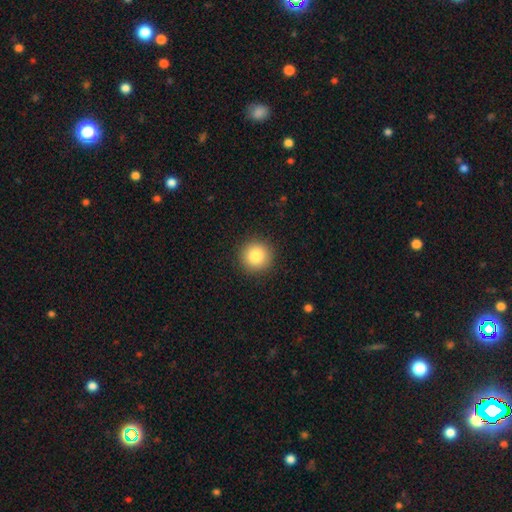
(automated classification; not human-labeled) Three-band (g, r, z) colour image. It shows a smooth galaxy with no disk features (84%) that is round (95%). Merging: none (92%).